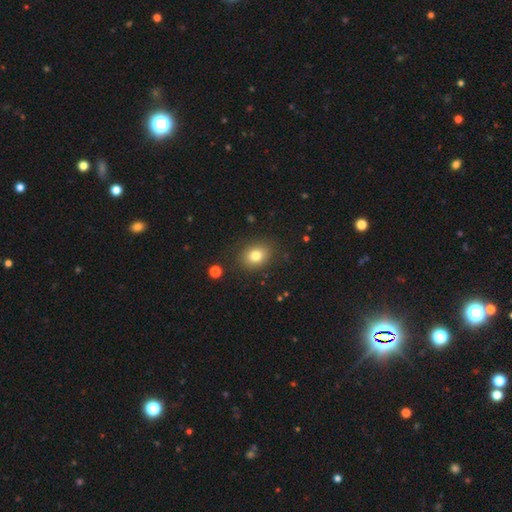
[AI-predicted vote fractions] This appears to be a smooth galaxy with no disk features (80%) that is in between round and cigar-shaped (51%). Merging: none (86%).